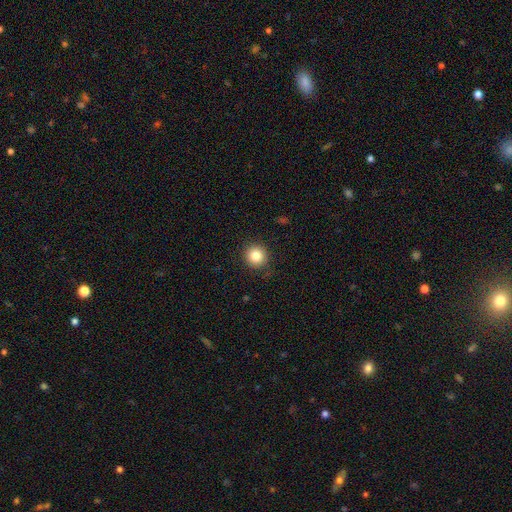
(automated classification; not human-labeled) Smooth or featured?
  - smooth: 83% *
  - star or artifact: 10%
  - featured or disk: 6%
How rounded?
  - round: 94% *
  - in between: 5%
  - cigar-shaped: 1%
Merging?
  - none: 89% *
  - minor disturbance: 8%
  - major disturbance: 2%
  - merger: 1%